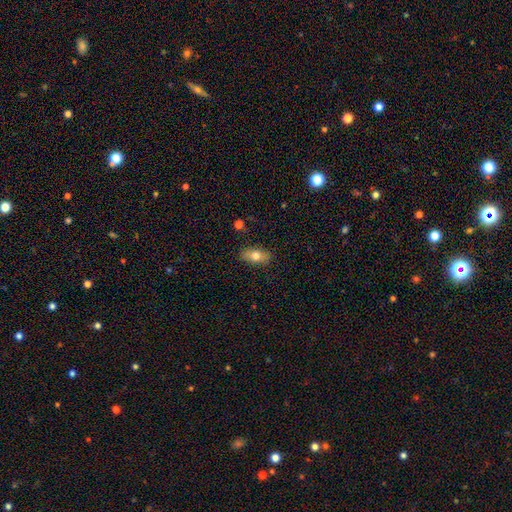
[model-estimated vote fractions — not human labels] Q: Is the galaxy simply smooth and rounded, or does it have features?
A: smooth — 71%.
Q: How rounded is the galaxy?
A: in between — 84%.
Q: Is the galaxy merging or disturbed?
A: none — 85%.